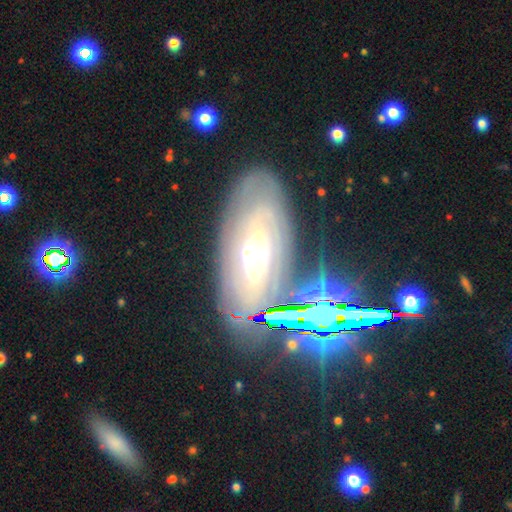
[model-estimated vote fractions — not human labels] This is likely a featured or disk galaxy (67%). It is clearly not viewed edge-on (83%). Bar: marginally no (43%). Spiral arm pattern: likely yes (64%). Central bulge: likely moderate (61%). Merging: likely none (70%).